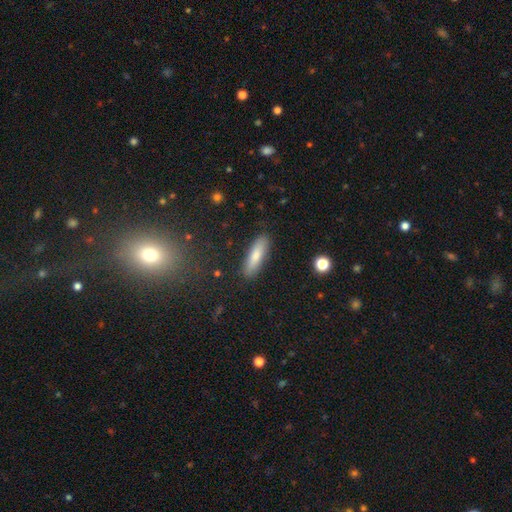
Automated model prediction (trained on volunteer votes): This is likely a smooth galaxy (78%). How rounded: likely cigar-shaped (62%). Merging: clearly none (88%).